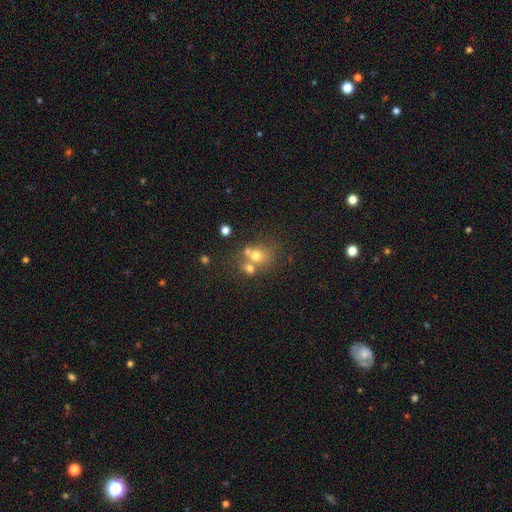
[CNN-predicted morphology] Smooth or featured? smooth (63%)
How rounded? round (65%)
Merging? merger (47%)